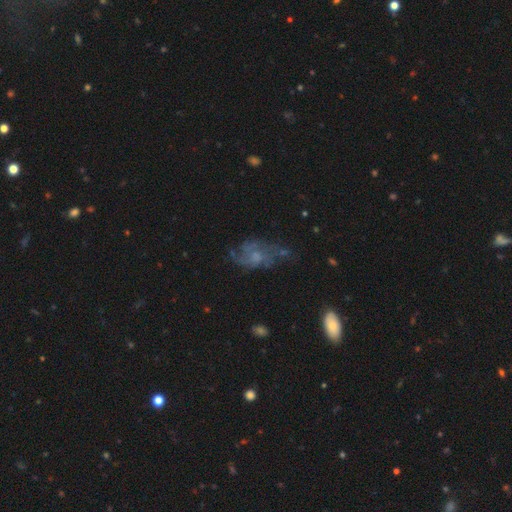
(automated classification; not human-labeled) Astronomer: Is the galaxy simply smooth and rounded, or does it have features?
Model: featured or disk — 65%.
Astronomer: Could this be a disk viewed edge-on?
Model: no — 96%.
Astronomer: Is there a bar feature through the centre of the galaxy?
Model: no — 75%.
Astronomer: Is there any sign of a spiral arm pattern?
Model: yes — 73%.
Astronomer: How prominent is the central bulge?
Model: small — 37% (runner-up: moderate, 36%).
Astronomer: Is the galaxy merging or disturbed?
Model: none — 50%.